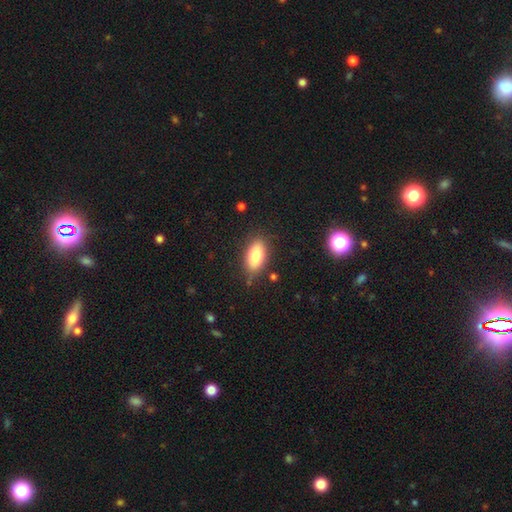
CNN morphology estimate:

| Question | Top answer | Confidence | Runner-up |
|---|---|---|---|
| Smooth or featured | smooth | 83% | featured or disk (10%) |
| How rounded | in between | 89% | cigar-shaped (7%) |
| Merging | none | 79% | minor disturbance (16%) |